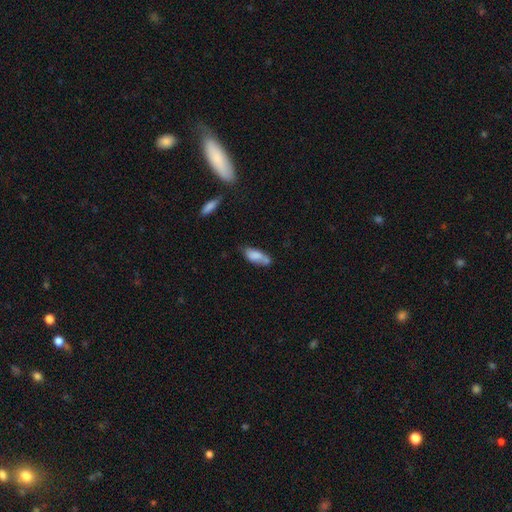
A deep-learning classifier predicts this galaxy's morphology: A smooth galaxy with no disk features (77%) that is in between round and cigar-shaped (77%). Merging: none (44%).